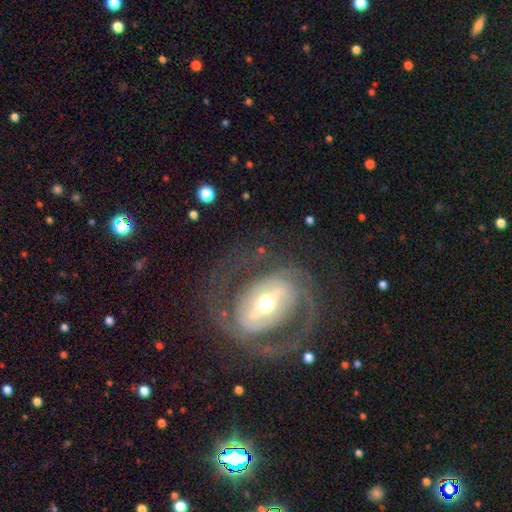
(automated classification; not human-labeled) Morphology: type=featured or disk (83%); edge-on=no (95%); bar=strong (52%); spiral arms=yes (79%); winding=medium (44%); arm count=2 (80%); bulge=moderate (54%); merging=none (69%).